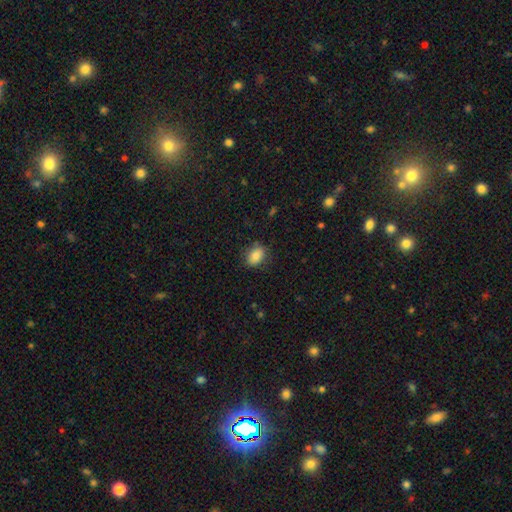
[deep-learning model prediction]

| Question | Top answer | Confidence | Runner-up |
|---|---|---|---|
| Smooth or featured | smooth | 85% | star or artifact (9%) |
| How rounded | in between | 77% | round (22%) |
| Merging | none | 82% | minor disturbance (13%) |